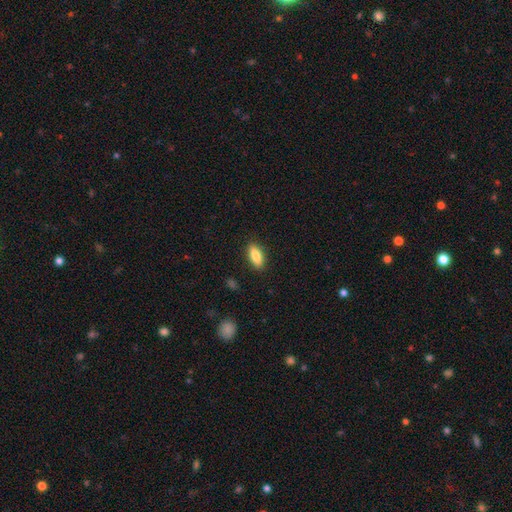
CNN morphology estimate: smooth-or-featured: smooth: 85% | featured or disk: 9% | star or artifact: 7%
  how-rounded: in between: 78% | cigar-shaped: 20% | round: 2%
  merging: none: 88% | minor disturbance: 9% | major disturbance: 2% | merger: 1%